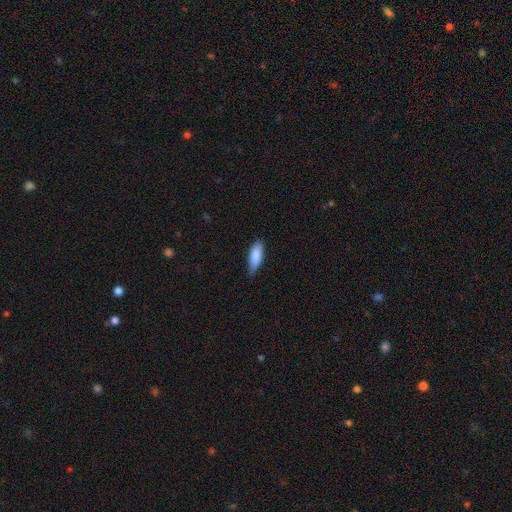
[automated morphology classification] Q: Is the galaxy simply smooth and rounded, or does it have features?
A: smooth — 86%.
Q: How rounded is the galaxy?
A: in between — 66%.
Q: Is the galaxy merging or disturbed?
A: none — 67%.